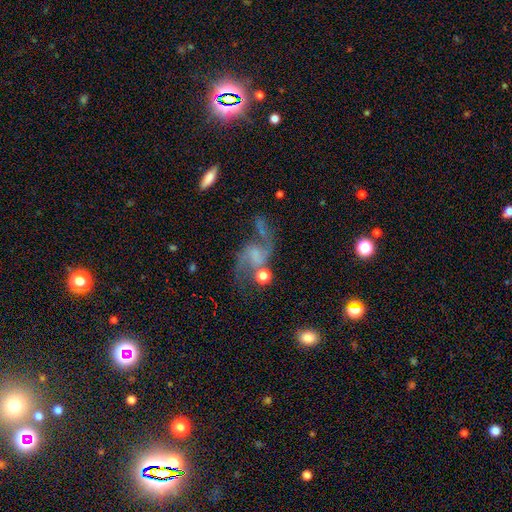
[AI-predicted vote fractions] Morphology: type=featured or disk (79%); edge-on=no (96%); bar=no (46%); spiral arms=yes (92%); winding=loose (71%); arm count=2 (90%); bulge=none (41%); merging=none (53%).